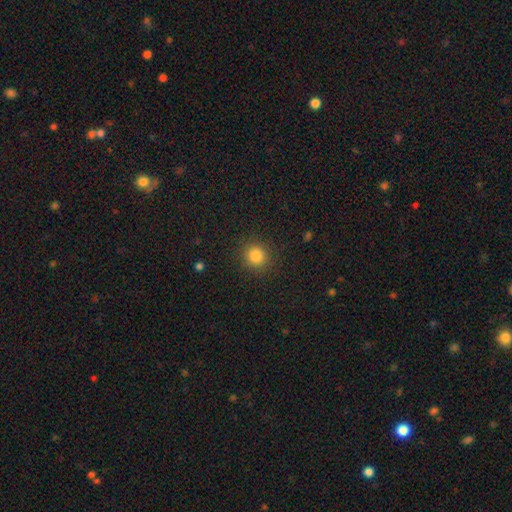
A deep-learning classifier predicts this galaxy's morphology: This is clearly a smooth galaxy (83%). How rounded: clearly round (89%). Merging: clearly none (89%).